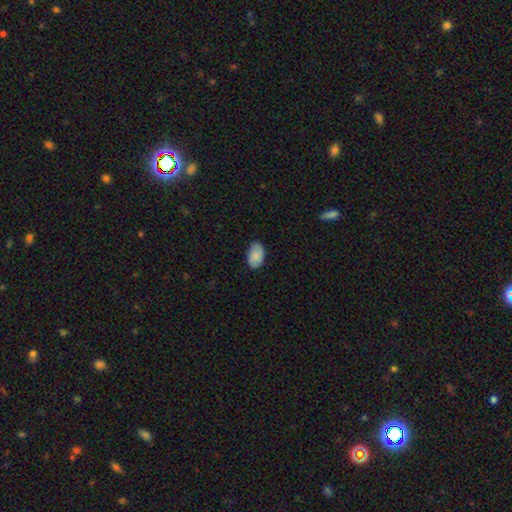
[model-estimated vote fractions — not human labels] This is clearly a smooth galaxy (83%). How rounded: clearly in between (93%). Merging: clearly none (81%).